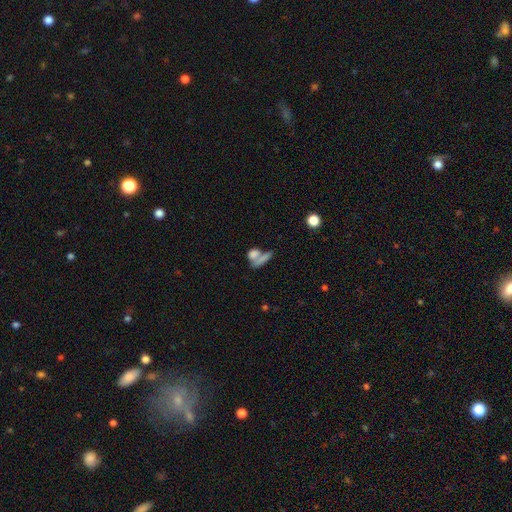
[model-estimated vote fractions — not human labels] Smooth or featured?
  - smooth: 71% *
  - featured or disk: 17%
  - star or artifact: 11%
How rounded?
  - in between: 50% *
  - round: 30%
  - cigar-shaped: 19%
Merging?
  - merger: 51% *
  - none: 33%
  - minor disturbance: 9%
  - major disturbance: 8%